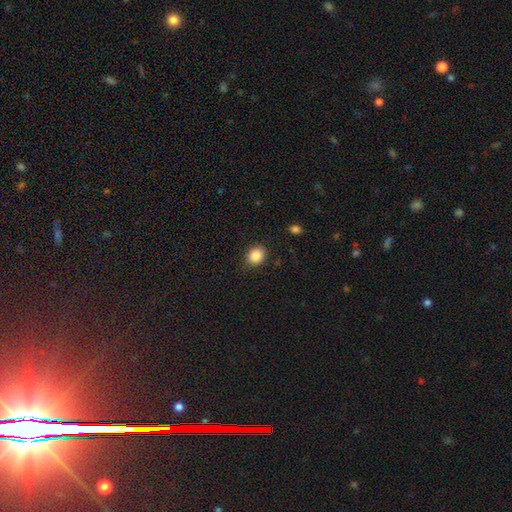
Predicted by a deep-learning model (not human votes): The model was most divided on "how rounded": round: 61%, in between: 38%, cigar-shaped: 1%. More confident: smooth or featured — smooth (87%); merging — none (86%).